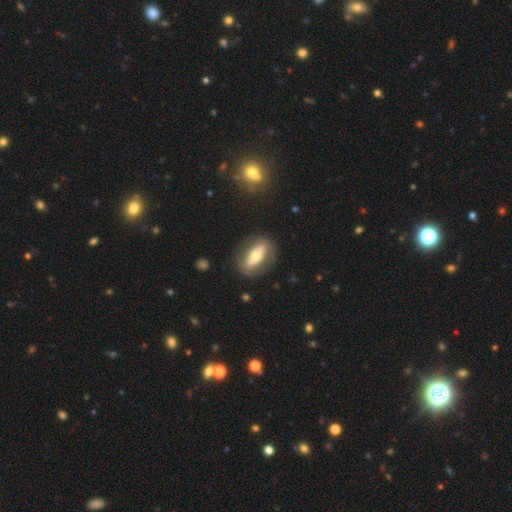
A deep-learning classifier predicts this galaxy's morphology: Smooth or featured? featured or disk (49%)
Merging? none (78%)